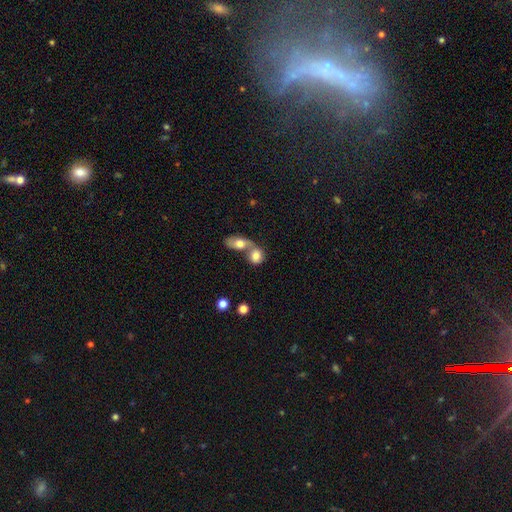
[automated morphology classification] This is likely a smooth galaxy (76%). How rounded: possibly round (50%). Merging: likely merger (71%).